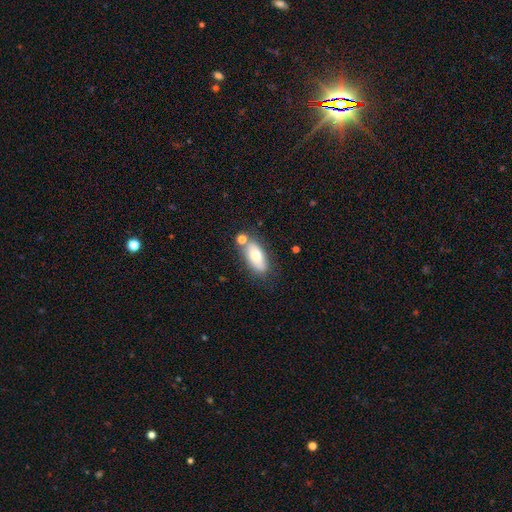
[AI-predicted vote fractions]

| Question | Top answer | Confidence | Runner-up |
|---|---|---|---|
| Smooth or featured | smooth | 70% | featured or disk (22%) |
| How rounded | in between | 85% | cigar-shaped (12%) |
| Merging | none | 65% | minor disturbance (17%) |